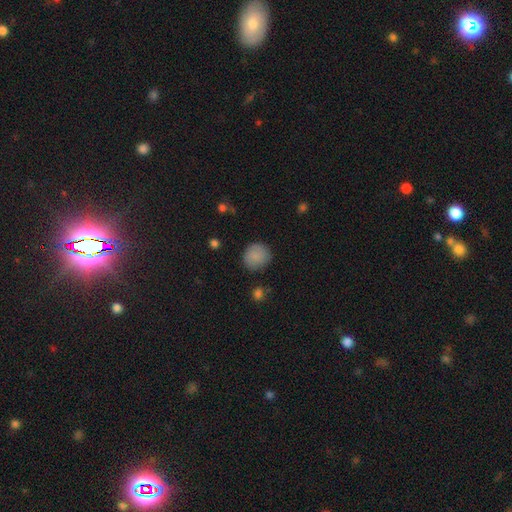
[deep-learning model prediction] Q: Smooth or featured?
A: smooth (86%); runner-up: star or artifact (8%)
Q: How rounded?
A: round (88%); runner-up: in between (11%)
Q: Merging?
A: none (85%); runner-up: minor disturbance (11%)